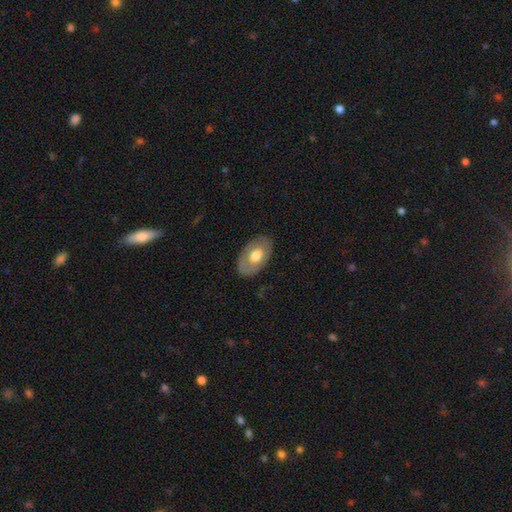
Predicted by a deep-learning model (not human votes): Smooth or featured: smooth — 57% (featured or disk — 38%)
How rounded: in between — 91% (round — 8%)
Merging: none — 82% (minor disturbance — 13%)